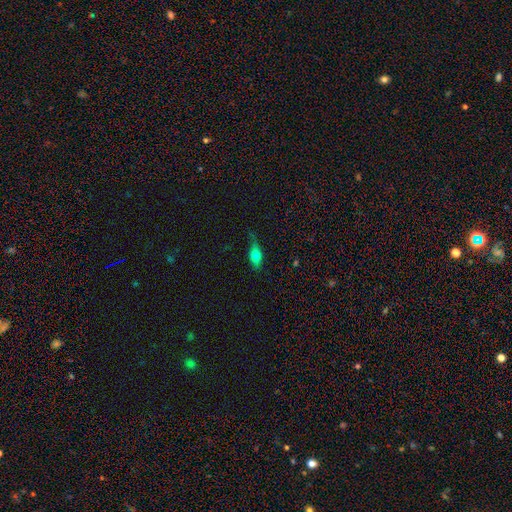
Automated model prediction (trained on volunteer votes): smooth-or-featured: smooth: 61% | featured or disk: 29% | star or artifact: 10%
  how-rounded: in between: 68% | cigar-shaped: 24% | round: 9%
  merging: none: 55% | minor disturbance: 31% | major disturbance: 12% | merger: 2%